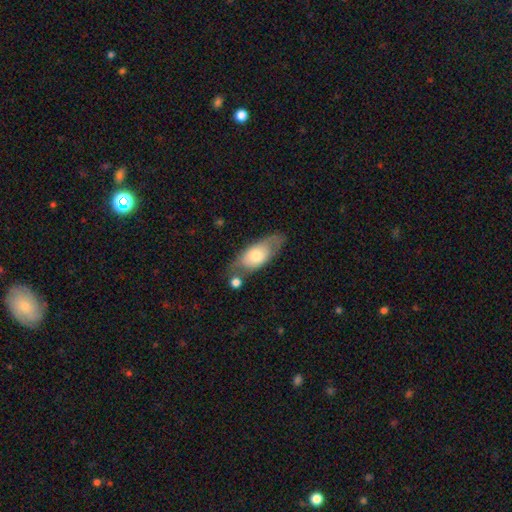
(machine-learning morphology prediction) smooth 59%, featured or disk 35%, star or artifact 6%. Down the decision tree: how rounded — in between (80%); merging — none (53%).